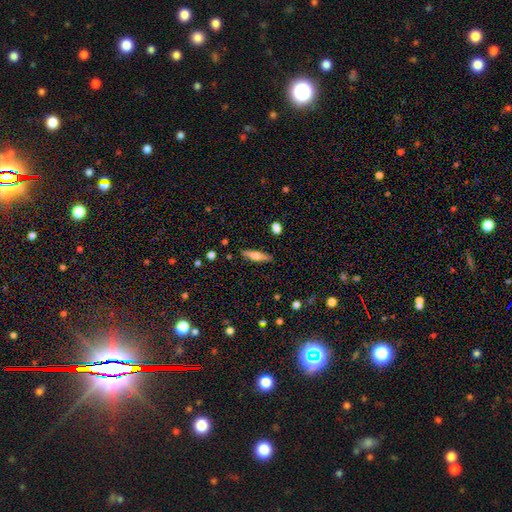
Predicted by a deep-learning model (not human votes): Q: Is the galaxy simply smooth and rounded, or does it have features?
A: smooth — 56%.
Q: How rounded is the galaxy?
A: cigar-shaped — 74%.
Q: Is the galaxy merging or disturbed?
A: none — 87%.